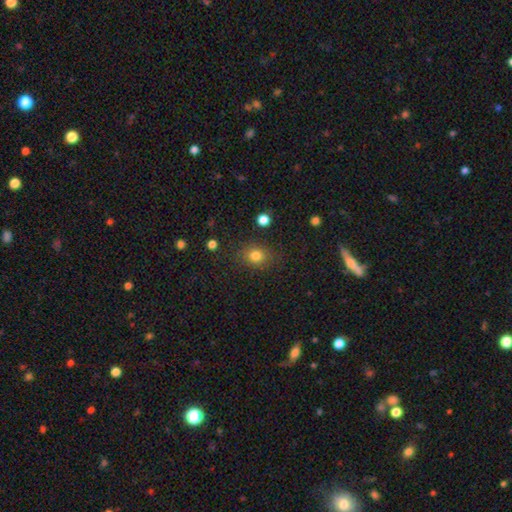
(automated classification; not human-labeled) Morphology: type=smooth (81%); roundness=round (63%); merging=none (83%).